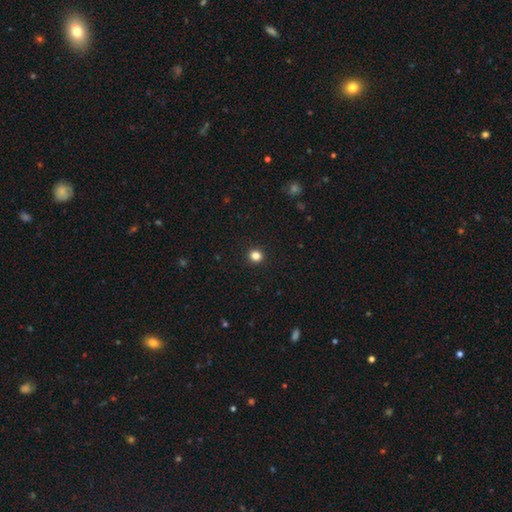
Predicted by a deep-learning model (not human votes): A smooth galaxy with no disk features (83%) that is round (91%). Merging: none (93%).